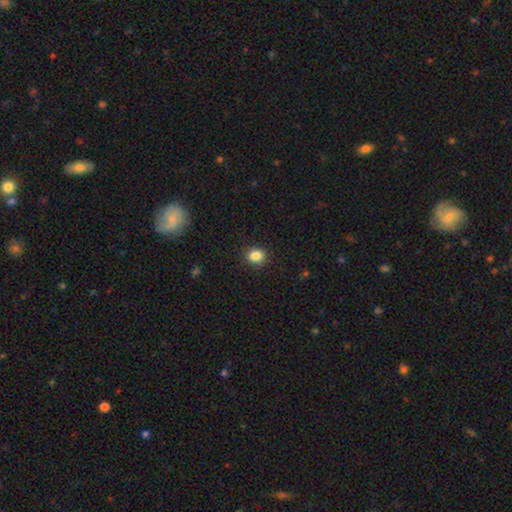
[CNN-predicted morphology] smooth-or-featured: smooth: 85% | star or artifact: 11% | featured or disk: 4%
  how-rounded: round: 69% | in between: 30% | cigar-shaped: 1%
  merging: none: 88% | minor disturbance: 8% | major disturbance: 2% | merger: 1%